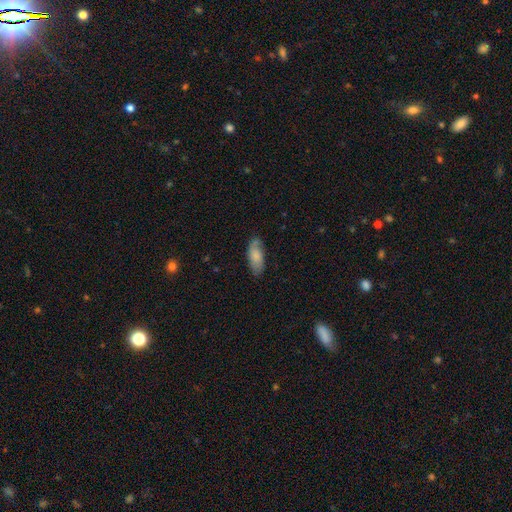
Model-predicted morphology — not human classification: Smooth or featured? Predicted: smooth (p=0.72). How rounded? Predicted: in between (p=0.83). Merging? Predicted: none (p=0.69).